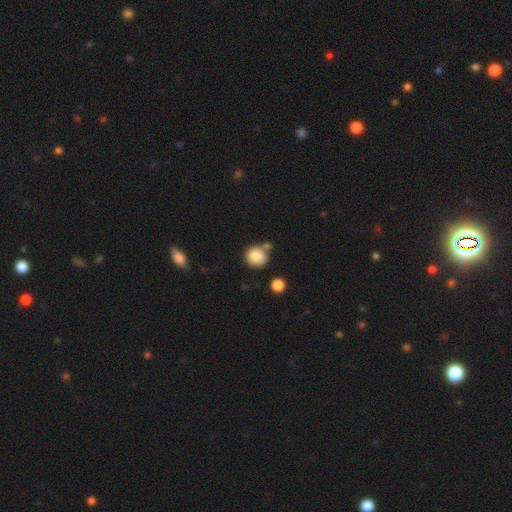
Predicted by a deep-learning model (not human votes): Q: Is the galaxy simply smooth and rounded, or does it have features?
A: smooth — 83%.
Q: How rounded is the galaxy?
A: round — 89%.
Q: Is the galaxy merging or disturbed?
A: none — 67%.